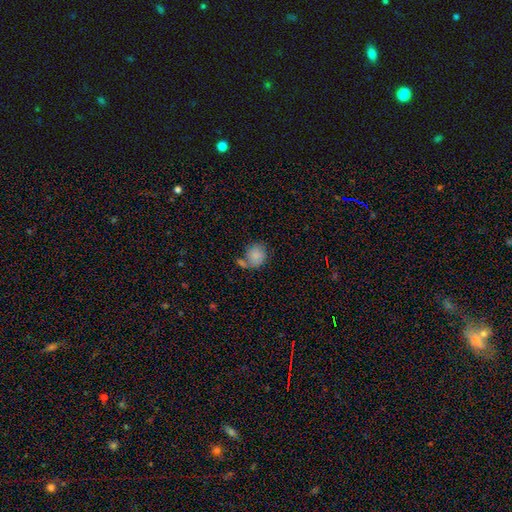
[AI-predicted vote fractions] Morphology: type=smooth (80%); roundness=round (74%); merging=none (48%).